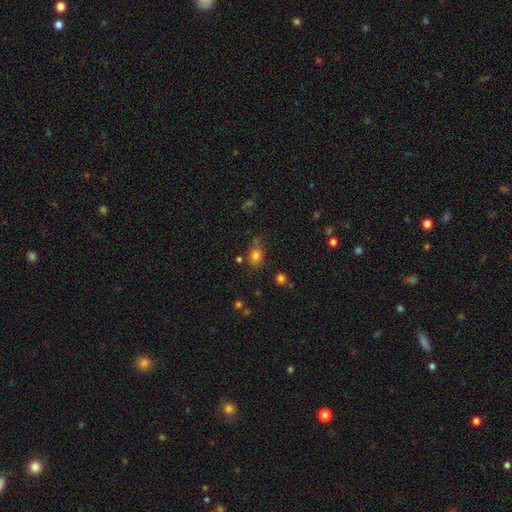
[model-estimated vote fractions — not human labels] Smooth or featured? smooth (77%)
How rounded? round (57%)
Merging? none (71%)